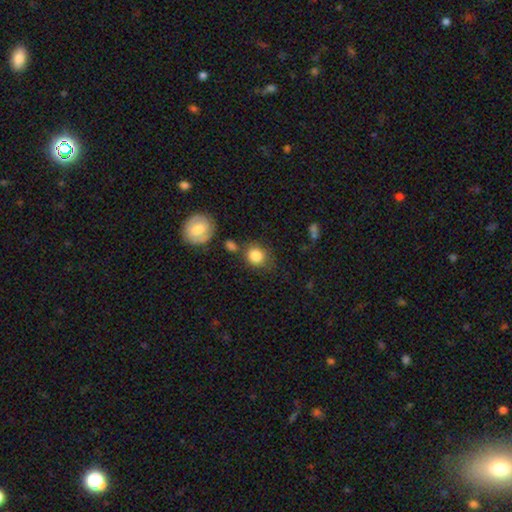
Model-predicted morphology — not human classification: A smooth galaxy with no disk features (86%) that is round (71%). Merging: none (69%).